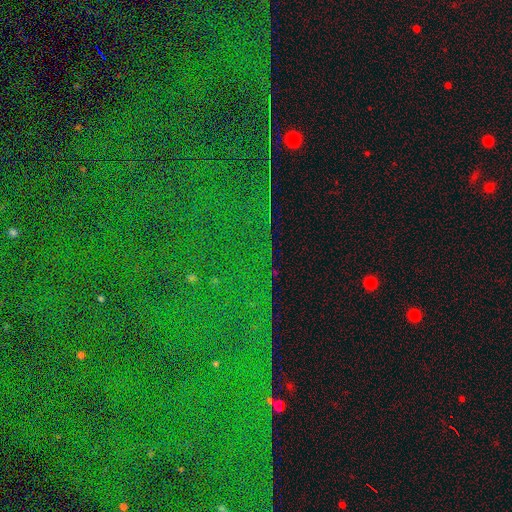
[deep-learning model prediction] Q: Smooth or featured?
A: star or artifact (85%); runner-up: featured or disk (8%)